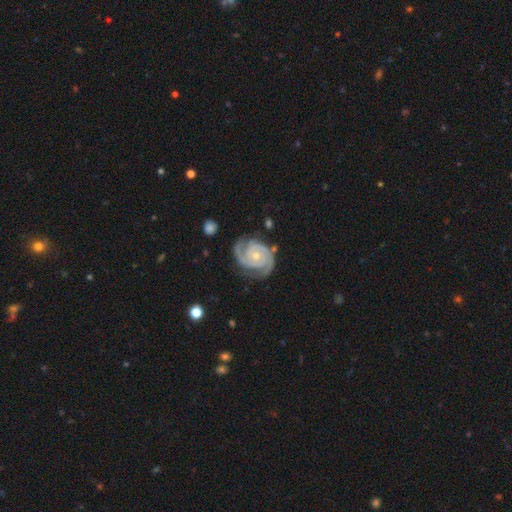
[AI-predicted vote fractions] Q: Smooth or featured?
A: featured or disk (93%); runner-up: star or artifact (4%)
Q: Edge-on disk?
A: no (98%); runner-up: yes (2%)
Q: Bar?
A: no (72%); runner-up: weak (21%)
Q: Spiral arms?
A: yes (99%); runner-up: no (1%)
Q: Spiral winding?
A: tight (65%); runner-up: medium (31%)
Q: Spiral arm count?
A: 2 (82%); runner-up: 3 (10%)
Q: Bulge size?
A: small (61%); runner-up: moderate (35%)
Q: Merging?
A: none (77%); runner-up: minor disturbance (16%)